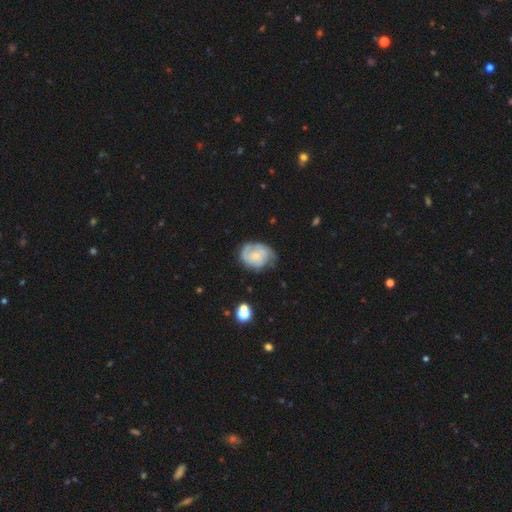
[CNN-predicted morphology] This appears to be a featured or disk galaxy (75%) with no bar (75%), 2 (34%) tight (55%) spiral arms (91%) and a small central bulge (71%). Merging: none (59%).